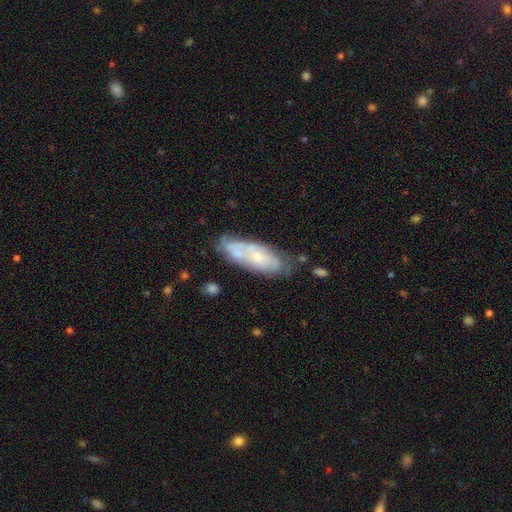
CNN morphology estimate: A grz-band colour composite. It shows a featured or disk galaxy (55%). Merging: none (54%).